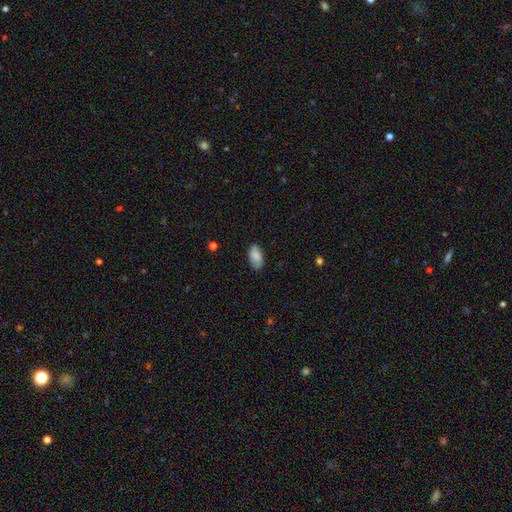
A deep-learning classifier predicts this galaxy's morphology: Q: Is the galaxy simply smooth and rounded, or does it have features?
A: smooth — 85%.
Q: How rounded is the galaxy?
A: in between — 94%.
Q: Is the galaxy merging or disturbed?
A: none — 83%.